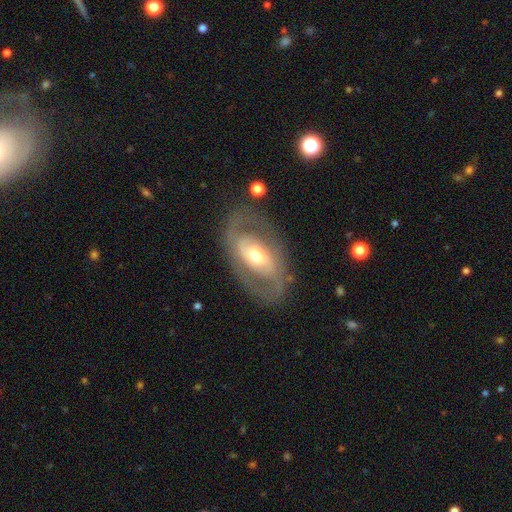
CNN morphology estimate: A featured or disk galaxy (76%) with no bar (44%), spiral arms (63%) and a moderate central bulge (66%).

Vote fractions:
- Smooth or featured? featured or disk: 76% / smooth: 19% / star or artifact: 5%
- Edge-on disk? no: 93% / yes: 7%
- Bar? no: 44% / weak: 34% / strong: 22%
- Spiral arms? yes: 63% / no: 37%
- Bulge size? moderate: 66% / small: 22% / large: 11% / dominant: 1% / none: 1%
- Merging? none: 77% / minor disturbance: 14% / major disturbance: 8% / merger: 2%